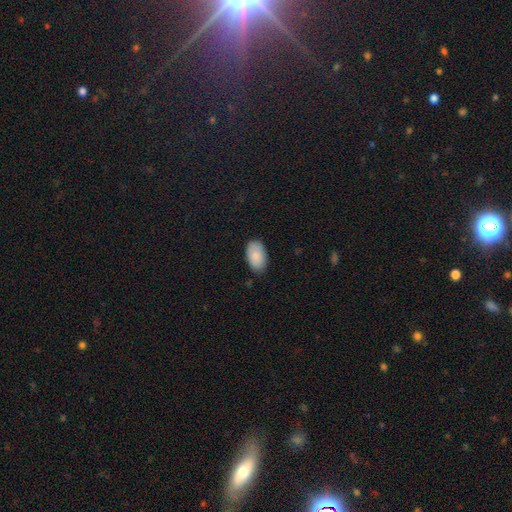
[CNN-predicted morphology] Smooth or featured: smooth — 88% (star or artifact — 6%)
How rounded: in between — 95% (round — 4%)
Merging: none — 83% (minor disturbance — 14%)